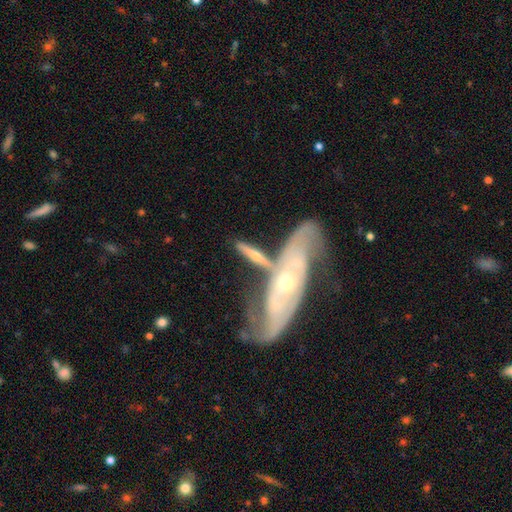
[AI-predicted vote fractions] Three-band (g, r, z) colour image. It shows a featured or disk galaxy (66%) viewed edge-on (72%). Merging: none (39%).